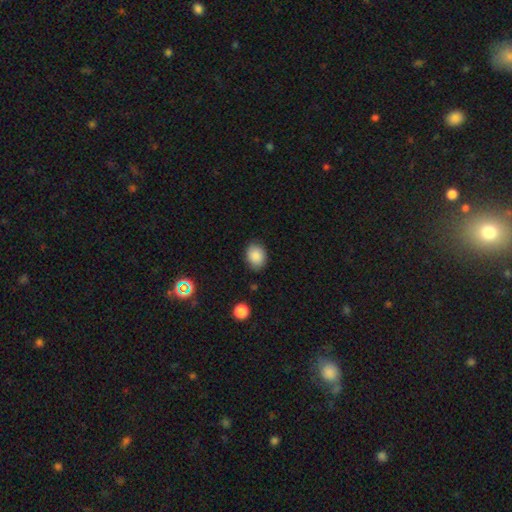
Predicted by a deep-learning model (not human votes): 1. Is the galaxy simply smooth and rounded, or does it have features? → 87% smooth, 8% star or artifact, 5% featured or disk.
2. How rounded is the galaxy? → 56% in between, 43% round, 1% cigar-shaped.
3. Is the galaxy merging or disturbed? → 83% none, 13% minor disturbance, 3% major disturbance, 2% merger.